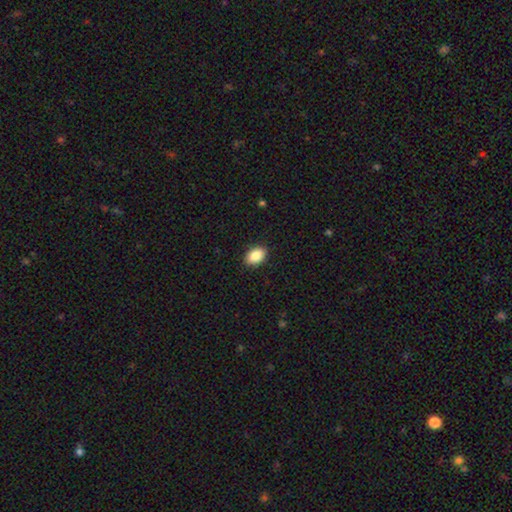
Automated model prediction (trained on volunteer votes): A smooth galaxy with no disk features (89%) that is in between round and cigar-shaped (87%). Merging: none (89%).